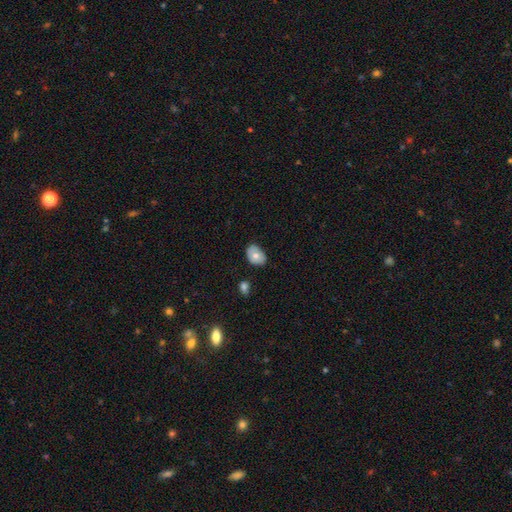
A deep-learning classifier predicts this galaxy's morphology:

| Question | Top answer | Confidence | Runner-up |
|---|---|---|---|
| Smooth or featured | smooth | 70% | featured or disk (22%) |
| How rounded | in between | 75% | round (24%) |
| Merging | none | 66% | minor disturbance (26%) |